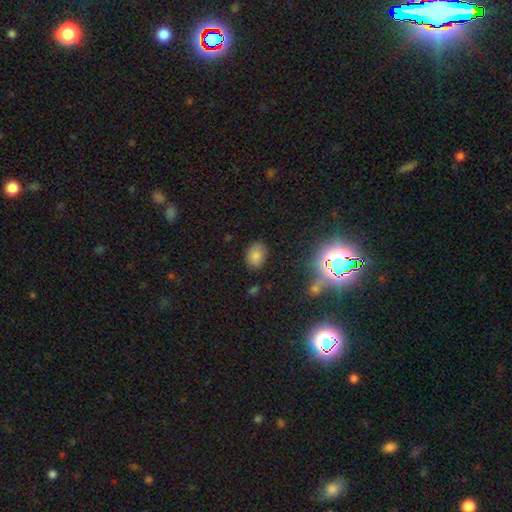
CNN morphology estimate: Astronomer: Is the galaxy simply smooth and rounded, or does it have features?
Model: smooth — 79%.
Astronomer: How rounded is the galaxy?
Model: in between — 70%.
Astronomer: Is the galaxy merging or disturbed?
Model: none — 84%.